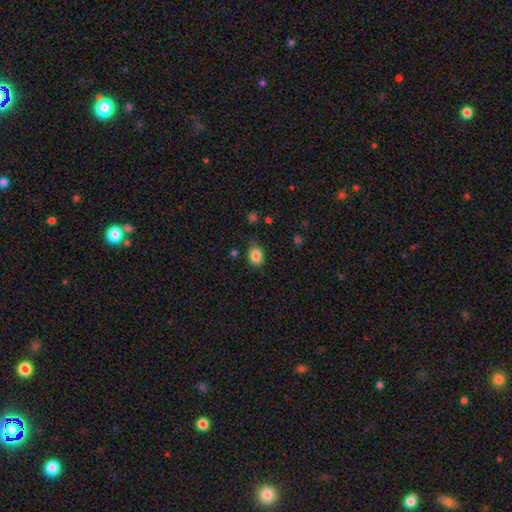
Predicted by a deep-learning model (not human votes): Morphology: type=smooth (85%); roundness=in between (58%); merging=none (73%).